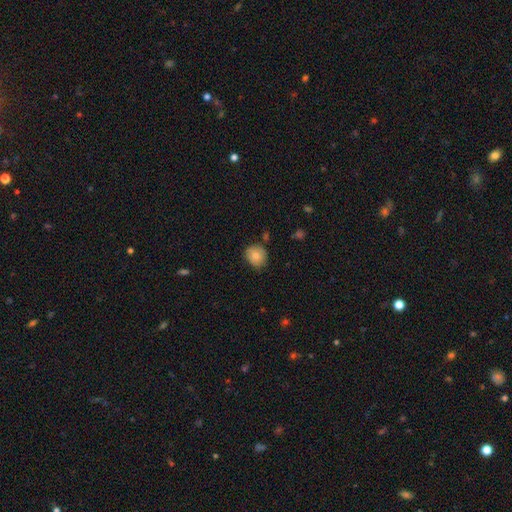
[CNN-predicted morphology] smooth_or_featured: smooth (p=0.75) [alt: featured or disk p=0.17]
how_rounded: round (p=0.79) [alt: in between p=0.20]
merging: none (p=0.76) [alt: minor disturbance p=0.19]